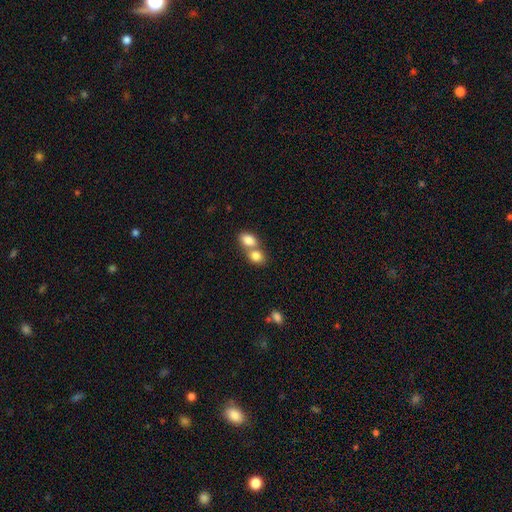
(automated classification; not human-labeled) A smooth galaxy with no disk features (82%) that is in between round and cigar-shaped (59%).

Vote fractions:
- Smooth or featured? smooth: 82% / featured or disk: 10% / star or artifact: 8%
- How rounded? in between: 59% / round: 39% / cigar-shaped: 2%
- Merging? merger: 64% / none: 28% / minor disturbance: 6% / major disturbance: 2%